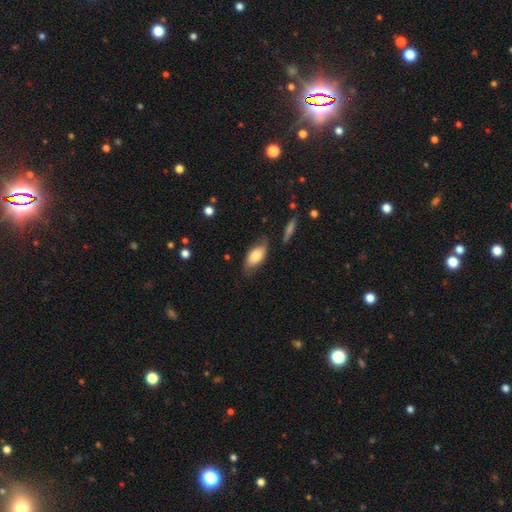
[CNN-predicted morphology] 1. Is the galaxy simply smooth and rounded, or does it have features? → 76% smooth, 18% featured or disk, 6% star or artifact.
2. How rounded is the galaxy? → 90% in between, 8% cigar-shaped, 3% round.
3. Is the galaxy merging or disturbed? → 70% none, 22% minor disturbance, 5% major disturbance, 3% merger.